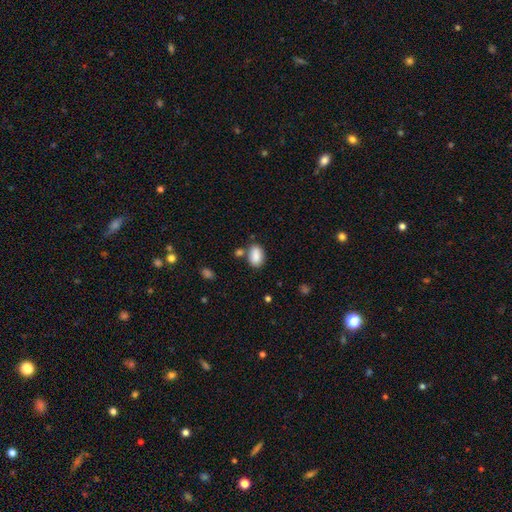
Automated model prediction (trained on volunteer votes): Smooth or featured?
  - smooth: 87% *
  - star or artifact: 8%
  - featured or disk: 5%
How rounded?
  - in between: 88% *
  - round: 11%
  - cigar-shaped: 1%
Merging?
  - none: 67% *
  - minor disturbance: 15%
  - merger: 14%
  - major disturbance: 4%